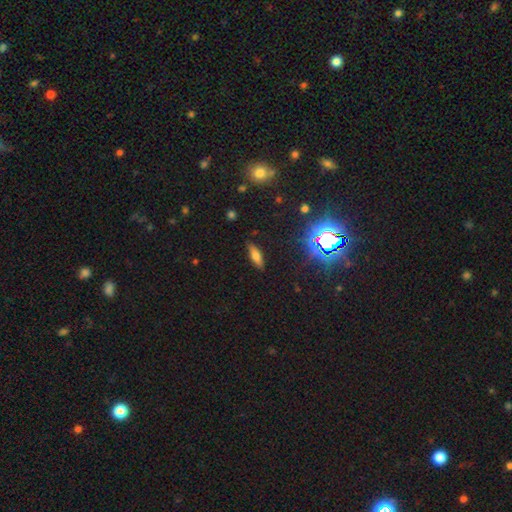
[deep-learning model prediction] Overall: smooth (65%). How rounded: in between (58%; cigar-shaped 39%). Merging: none (85%).